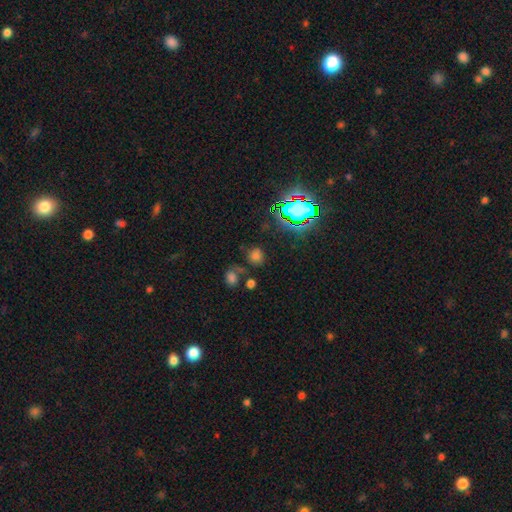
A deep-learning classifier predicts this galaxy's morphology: A smooth galaxy with no disk features (62%) that is round (80%). Merging: none (67%).